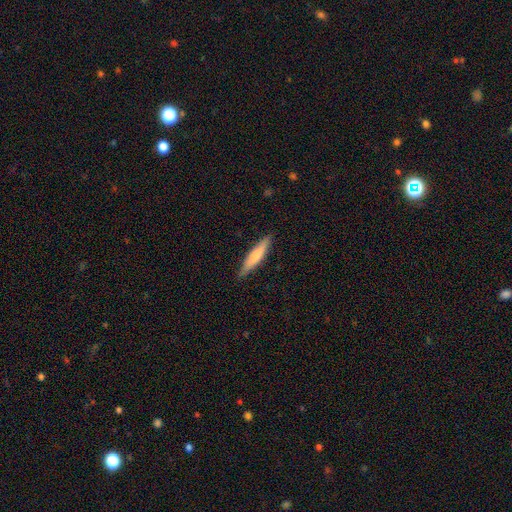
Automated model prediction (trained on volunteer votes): A smooth galaxy with no disk features (63%) that is cigar-shaped (88%). Merging: none (89%).